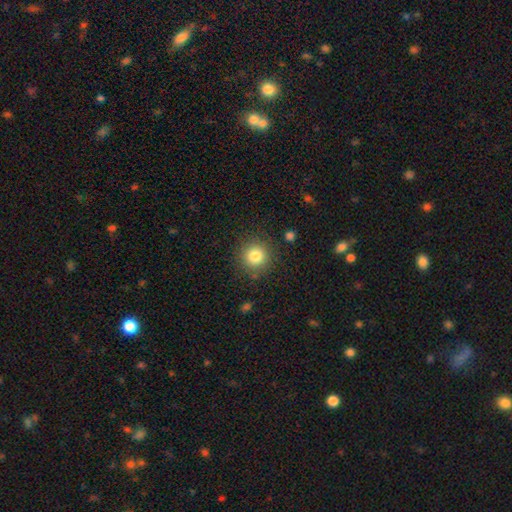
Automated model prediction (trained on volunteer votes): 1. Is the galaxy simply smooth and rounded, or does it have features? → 81% smooth, 11% star or artifact, 7% featured or disk.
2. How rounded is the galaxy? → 94% round, 5% in between, 1% cigar-shaped.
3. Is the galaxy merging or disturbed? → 87% none, 8% minor disturbance, 3% major disturbance, 2% merger.